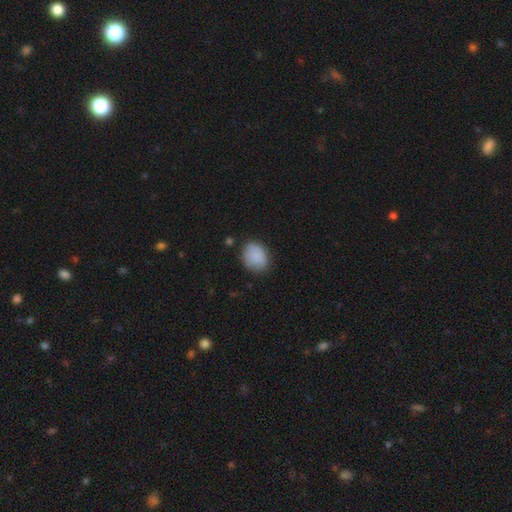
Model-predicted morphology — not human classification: This is clearly a smooth galaxy (87%). How rounded: possibly in between (57%). Merging: likely none (75%).